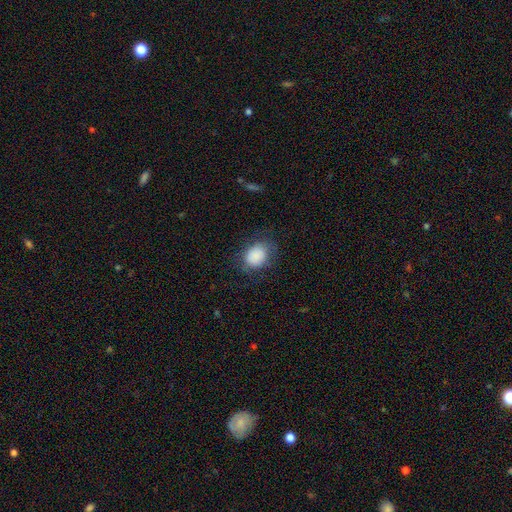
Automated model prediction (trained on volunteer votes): Smooth or featured? smooth (86%)
How rounded? in between (51%)
Merging? none (69%)